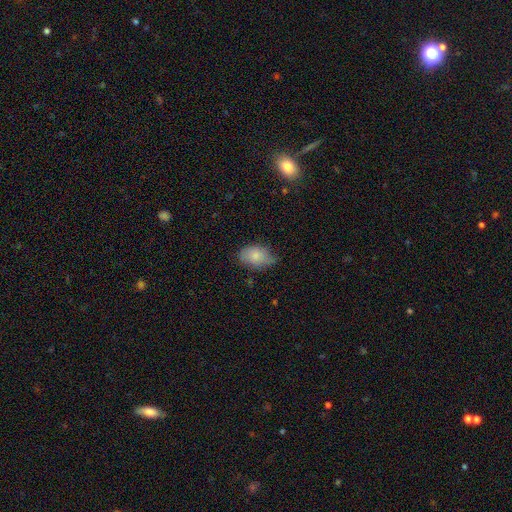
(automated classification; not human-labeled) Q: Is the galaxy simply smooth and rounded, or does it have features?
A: smooth — 76%.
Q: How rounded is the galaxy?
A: in between — 85%.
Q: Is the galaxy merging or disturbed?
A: none — 58%.